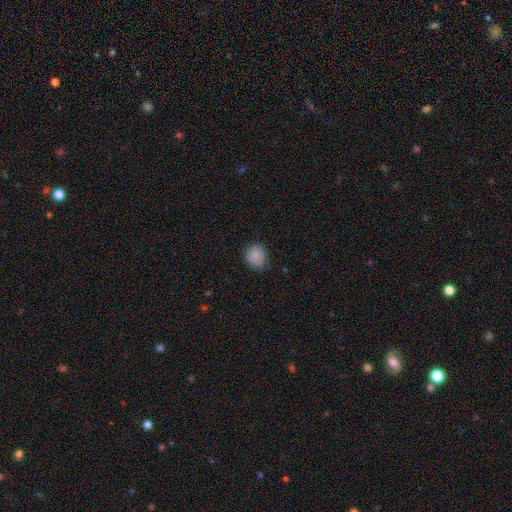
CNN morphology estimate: smooth_or_featured: smooth (p=0.85) [alt: star or artifact p=0.09]
how_rounded: round (p=0.79) [alt: in between p=0.20]
merging: none (p=0.73) [alt: minor disturbance p=0.22]